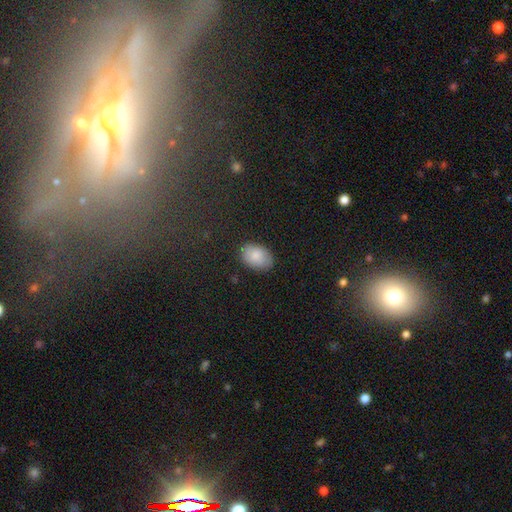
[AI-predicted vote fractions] This is clearly a smooth galaxy (85%). How rounded: clearly in between (85%). Merging: clearly none (84%).